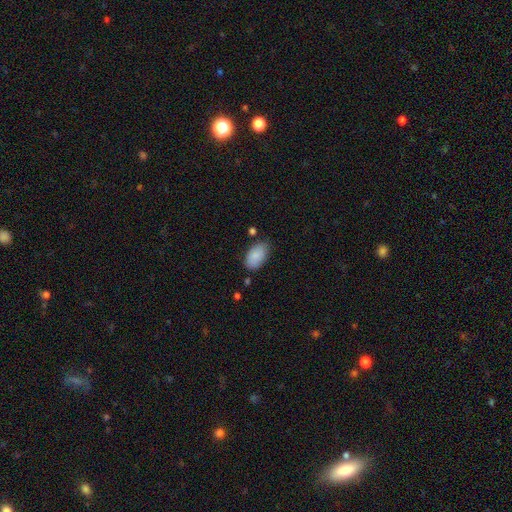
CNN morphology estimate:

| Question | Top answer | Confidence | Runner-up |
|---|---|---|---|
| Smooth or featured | smooth | 88% | star or artifact (6%) |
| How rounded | in between | 94% | round (4%) |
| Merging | none | 74% | minor disturbance (19%) |